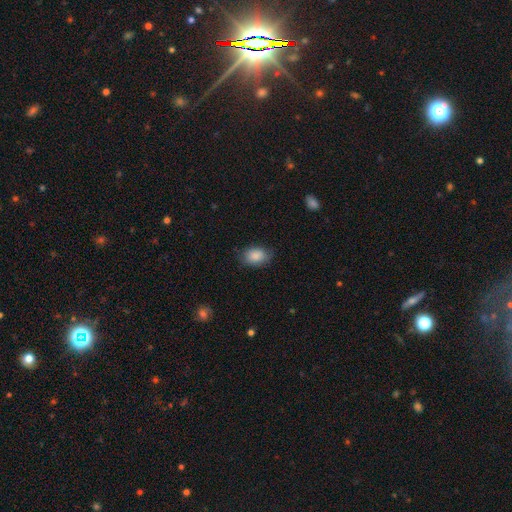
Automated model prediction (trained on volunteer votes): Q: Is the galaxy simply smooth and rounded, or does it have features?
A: smooth — 87%.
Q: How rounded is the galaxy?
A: in between — 80%.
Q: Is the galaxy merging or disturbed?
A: none — 74%.